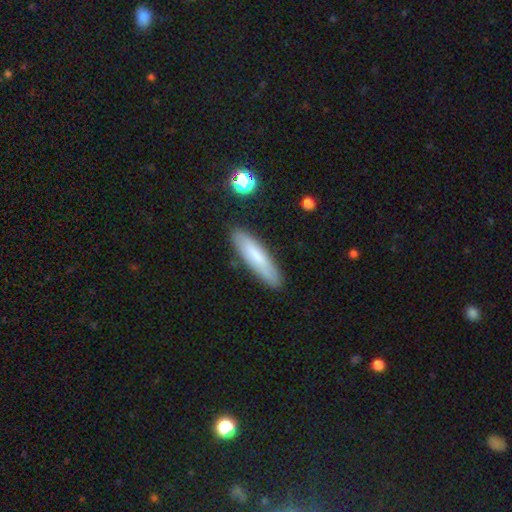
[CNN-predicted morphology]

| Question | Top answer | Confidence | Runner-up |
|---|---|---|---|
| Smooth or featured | smooth | 74% | featured or disk (19%) |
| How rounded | cigar-shaped | 75% | in between (23%) |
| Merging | none | 86% | minor disturbance (10%) |